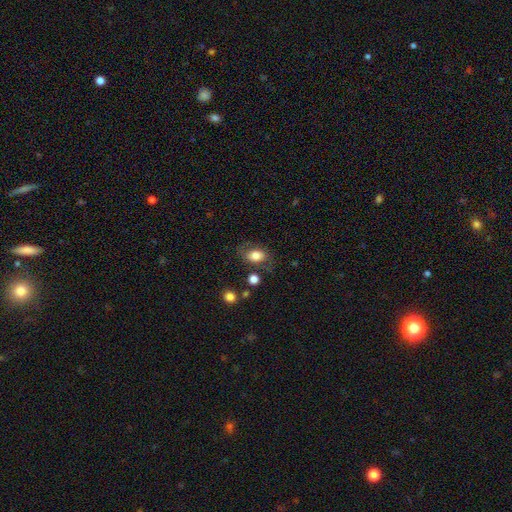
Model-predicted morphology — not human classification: smooth_or_featured: smooth (p=0.75) [alt: featured or disk p=0.17]
how_rounded: in between (p=0.76) [alt: round p=0.22]
merging: none (p=0.67) [alt: minor disturbance p=0.19]